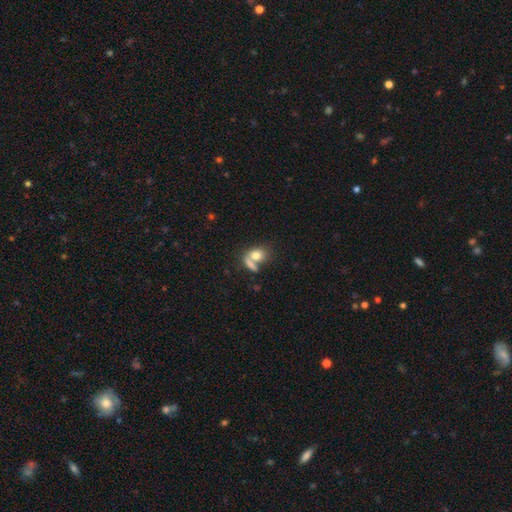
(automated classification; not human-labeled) A smooth galaxy with no disk features (76%) that is in between round and cigar-shaped (61%). Merging: merger (47%).